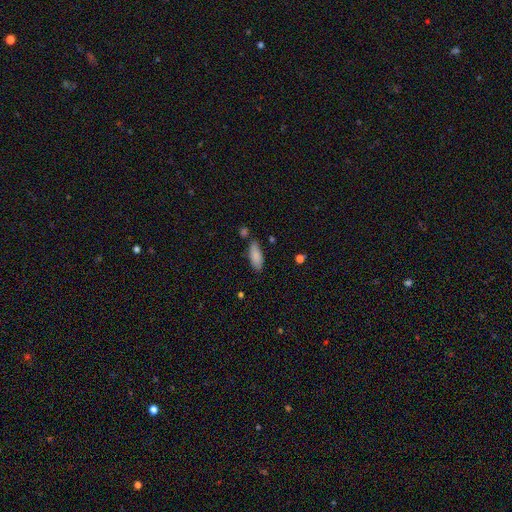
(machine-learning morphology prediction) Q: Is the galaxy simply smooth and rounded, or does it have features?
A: smooth — 84%.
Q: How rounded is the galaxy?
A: in between — 75%.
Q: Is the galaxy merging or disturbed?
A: none — 74%.